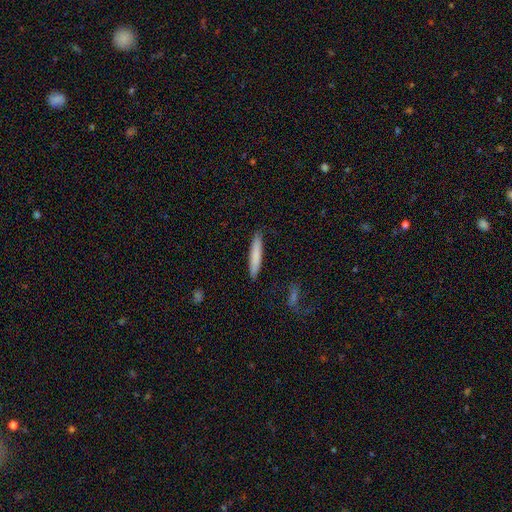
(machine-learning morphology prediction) Smooth or featured? Predicted: smooth (p=0.80). How rounded? Predicted: cigar-shaped (p=0.92). Merging? Predicted: none (p=0.89).